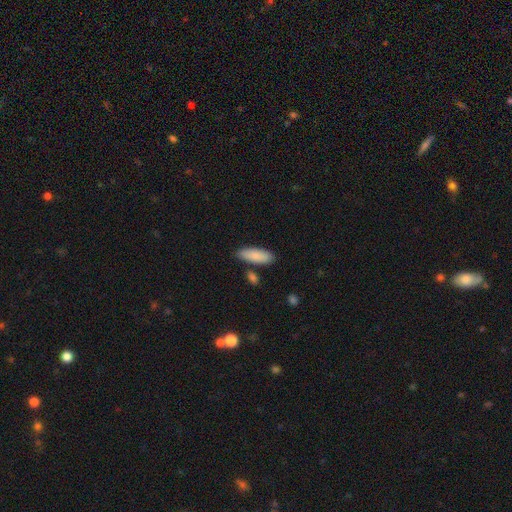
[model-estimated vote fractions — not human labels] Smooth or featured? Predicted: smooth (p=0.87). How rounded? Predicted: in between (p=0.65). Merging? Predicted: none (p=0.79).